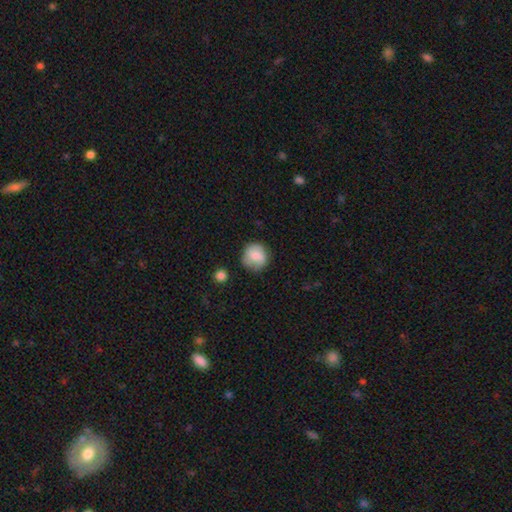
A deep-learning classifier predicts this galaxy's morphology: This appears to be a smooth galaxy with no disk features (74%) that is round (91%). Merging: none (78%).